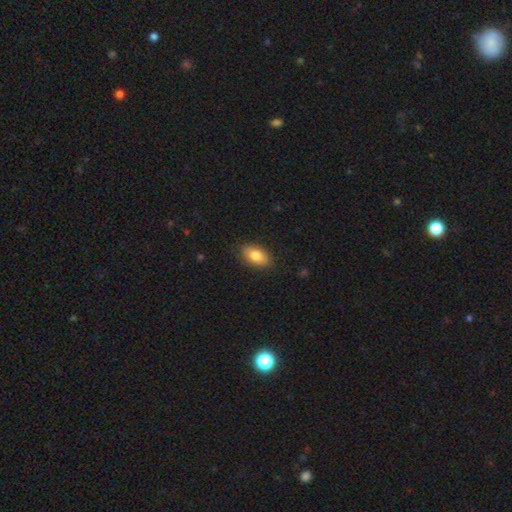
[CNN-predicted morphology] Smooth or featured? Predicted: smooth (p=0.82). How rounded? Predicted: in between (p=0.91). Merging? Predicted: none (p=0.85).